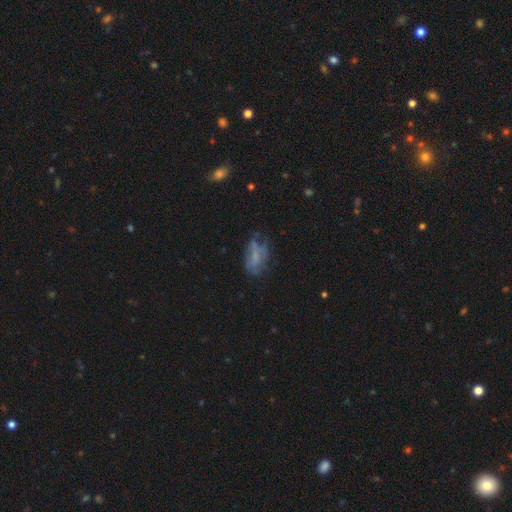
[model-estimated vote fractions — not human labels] A smooth galaxy with no disk features (44%). Merging: none (43%).